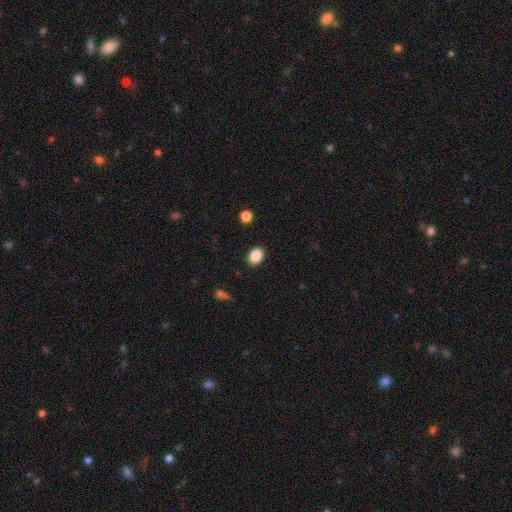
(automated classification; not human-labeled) A smooth galaxy with no disk features (87%) that is in between round and cigar-shaped (68%).

Vote fractions:
- Smooth or featured? smooth: 87% / star or artifact: 9% / featured or disk: 4%
- How rounded? in between: 68% / round: 31% / cigar-shaped: 1%
- Merging? none: 89% / minor disturbance: 8% / major disturbance: 2% / merger: 1%